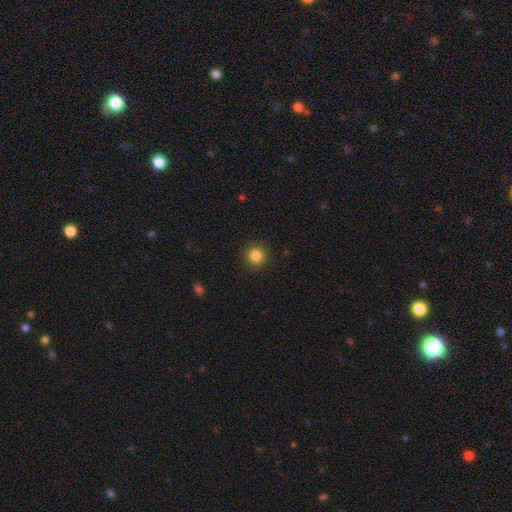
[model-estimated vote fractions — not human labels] A smooth galaxy with no disk features (85%) that is round (92%). Merging: none (90%).